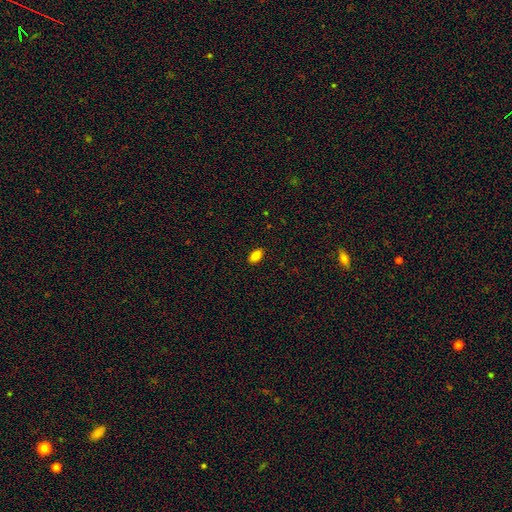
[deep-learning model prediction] Smooth or featured? smooth (85%)
How rounded? in between (91%)
Merging? none (89%)